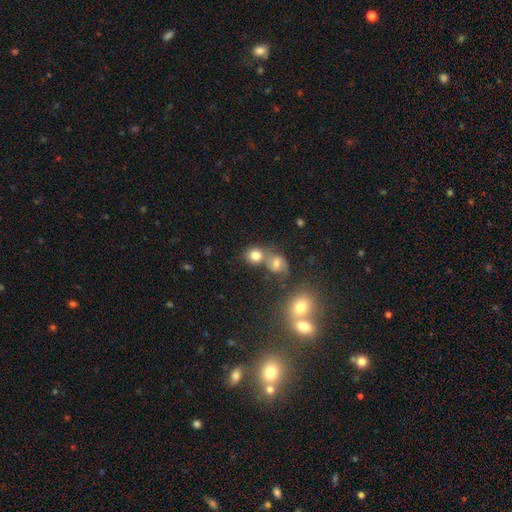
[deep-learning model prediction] Overall: smooth (76%). How rounded: round (76%). Merging: none (46%; merger 40%).